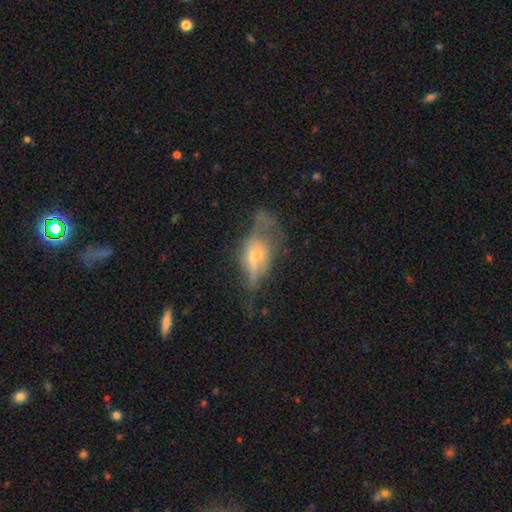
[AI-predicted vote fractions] Q: Smooth or featured?
A: featured or disk (52%); runner-up: smooth (36%)
Q: Edge-on disk?
A: no (55%); runner-up: yes (45%)
Q: Merging?
A: major disturbance (40%); runner-up: none (31%)